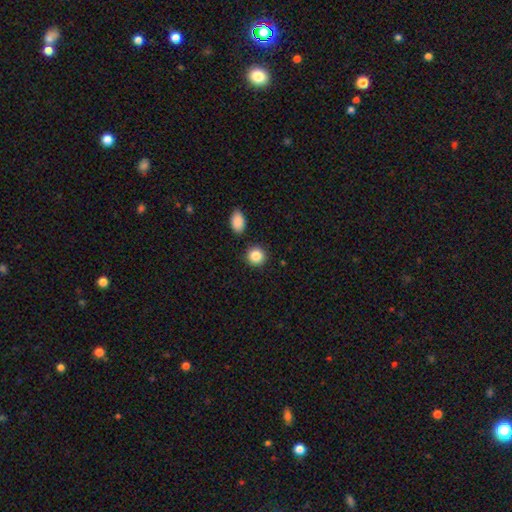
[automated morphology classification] The model was most divided on "how rounded": round: 88%, in between: 11%, cigar-shaped: 1%. More confident: smooth or featured — smooth (87%); merging — none (87%).